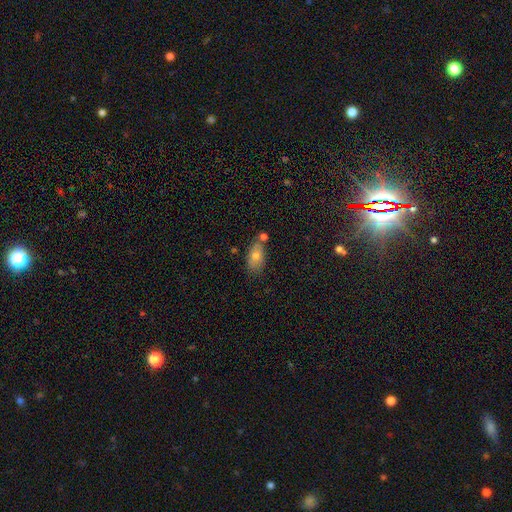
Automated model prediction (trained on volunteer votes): Smooth or featured? Predicted: smooth (p=0.71). How rounded? Predicted: in between (p=0.88). Merging? Predicted: none (p=0.64).